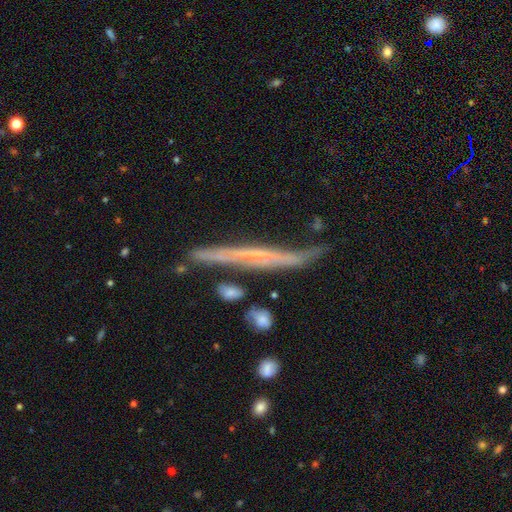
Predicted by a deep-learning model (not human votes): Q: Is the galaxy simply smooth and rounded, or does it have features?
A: featured or disk — 71%.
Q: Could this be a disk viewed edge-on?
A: yes — 87%.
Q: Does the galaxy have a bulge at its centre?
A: none — 69%.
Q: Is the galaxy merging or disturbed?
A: none — 62%.